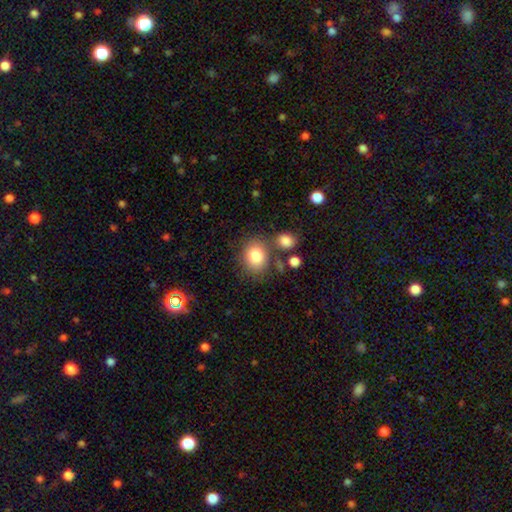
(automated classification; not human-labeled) Smooth or featured: smooth — 82% (featured or disk — 10%)
How rounded: round — 54% (in between — 45%)
Merging: none — 69% (minor disturbance — 14%)